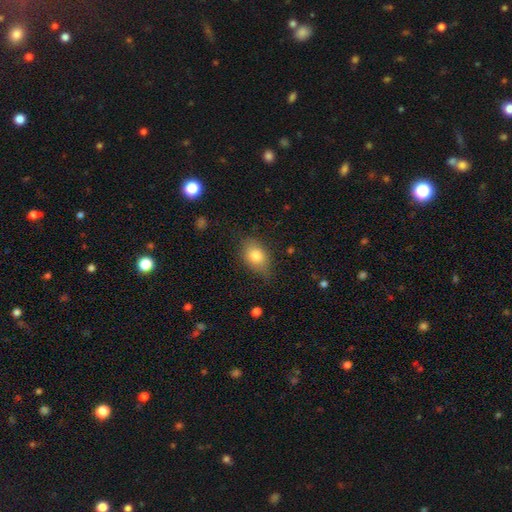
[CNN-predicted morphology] This is likely a smooth galaxy (78%). How rounded: likely in between (75%). Merging: likely none (71%).